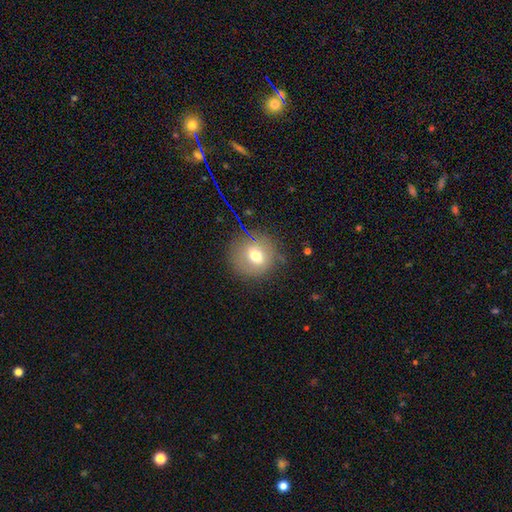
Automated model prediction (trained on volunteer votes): Overall: smooth (68%). How rounded: round (86%). Merging: none (79%).